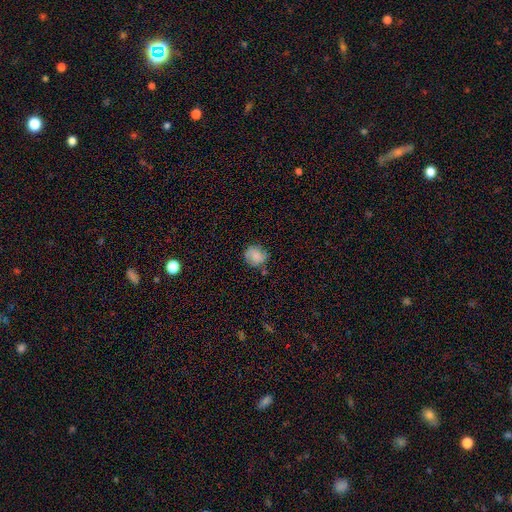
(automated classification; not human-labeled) This appears to be a smooth galaxy with no disk features (70%) that is round (78%). Merging: none (69%).